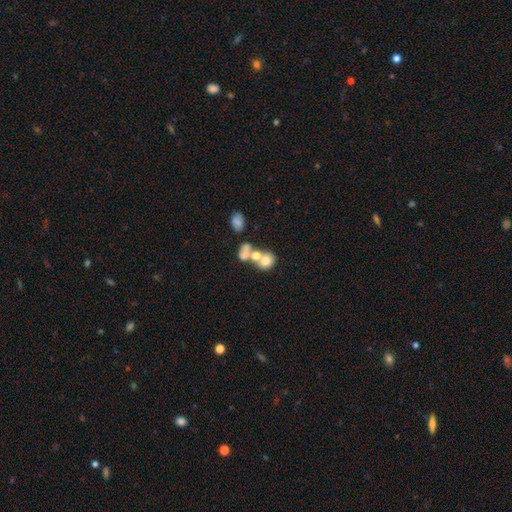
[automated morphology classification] The model was most divided on "how rounded": round: 60%, in between: 39%, cigar-shaped: 1%. More confident: merging — merger (64%); smooth or featured — smooth (63%).